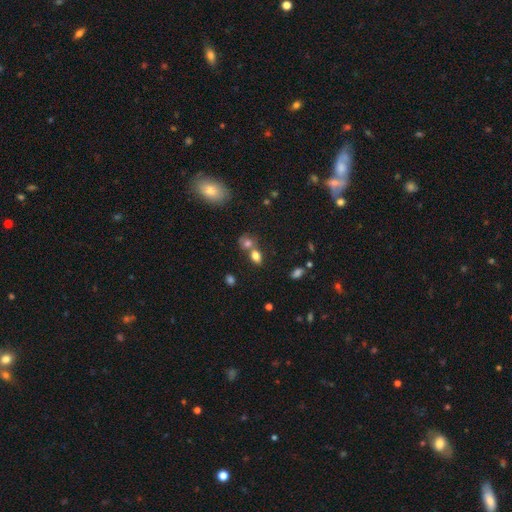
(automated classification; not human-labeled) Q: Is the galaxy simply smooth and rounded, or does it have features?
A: smooth — 76%.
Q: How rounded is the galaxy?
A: in between — 69%.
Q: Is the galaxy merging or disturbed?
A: none — 45%.